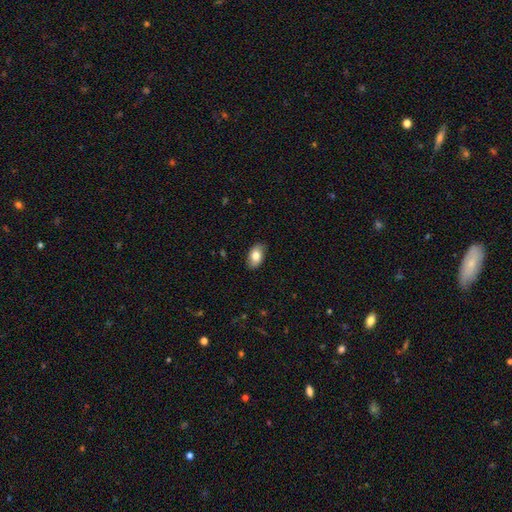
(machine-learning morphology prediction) type=smooth (79%); roundness=in between (92%); merging=none (85%).